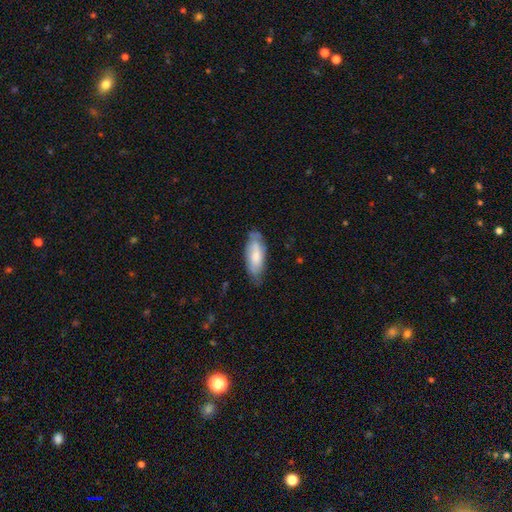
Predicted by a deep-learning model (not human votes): Smooth or featured: smooth — 63% (featured or disk — 31%)
How rounded: in between — 76% (cigar-shaped — 23%)
Merging: none — 63% (minor disturbance — 28%)